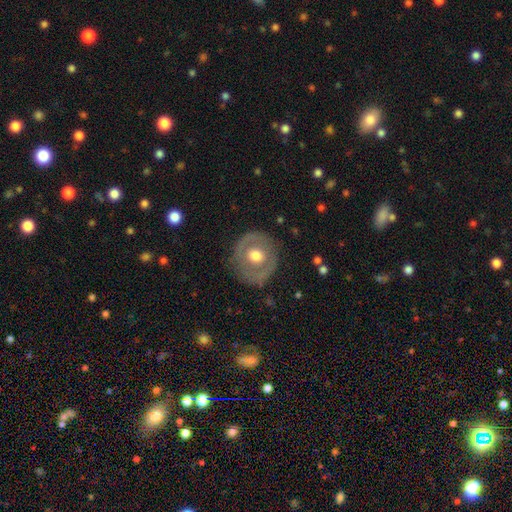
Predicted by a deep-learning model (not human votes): The model was most divided on "smooth or featured": featured or disk: 50%, smooth: 44%, star or artifact: 6%. More confident: edge-on disk — no (95%); merging — none (79%).